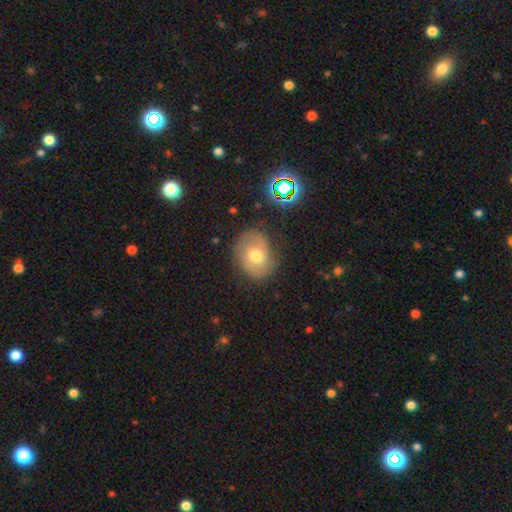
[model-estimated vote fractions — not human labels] The model was most divided on "smooth or featured": featured or disk: 50%, smooth: 39%, star or artifact: 11%. More confident: edge-on disk — no (96%); merging — none (74%).